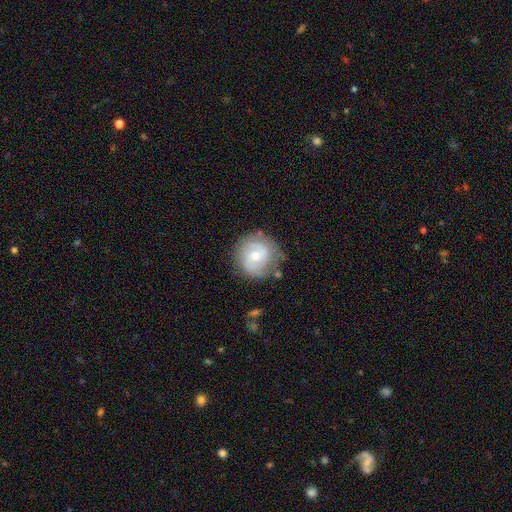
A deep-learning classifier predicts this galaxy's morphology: Smooth or featured? featured or disk (65%)
Edge-on disk? no (98%)
Bar? no (58%)
Spiral arms? yes (86%)
Spiral winding? tight (42%, tied with medium)
Spiral arm count? 2 (74%)
Bulge size? moderate (53%)
Merging? none (73%)